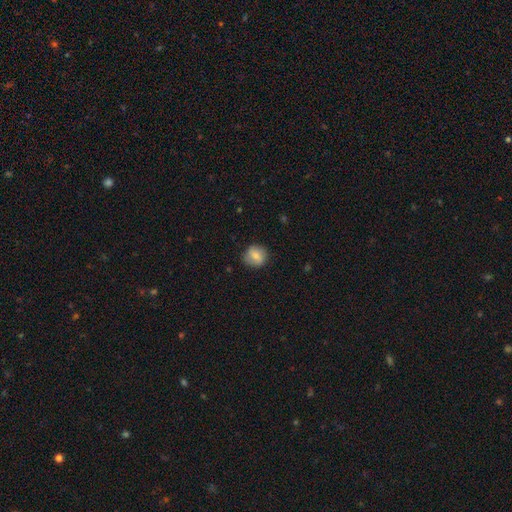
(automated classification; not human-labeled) Overall: smooth (74%). How rounded: round (84%). Merging: none (83%).